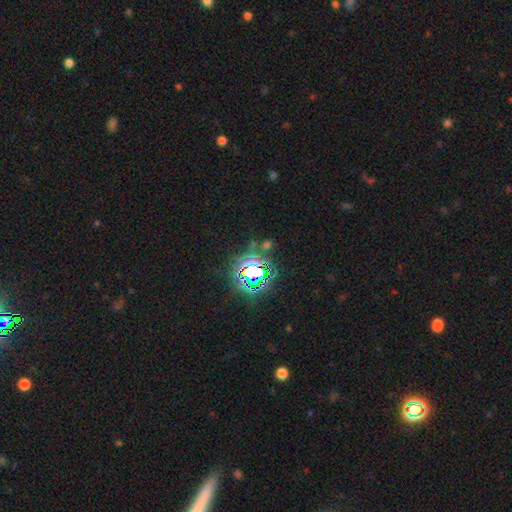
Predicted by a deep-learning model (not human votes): Overall: star or artifact (82%).